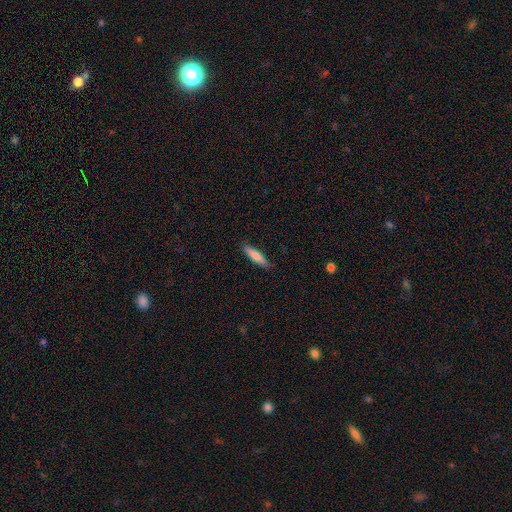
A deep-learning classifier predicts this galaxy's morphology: smooth 76%, featured or disk 18%, star or artifact 6%. Down the decision tree: how rounded — cigar-shaped (81%); merging — none (87%).